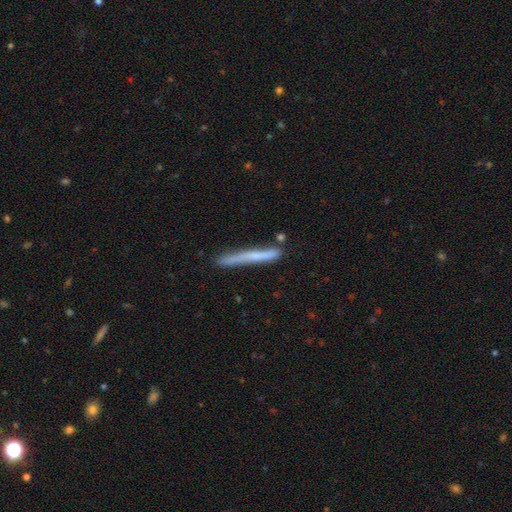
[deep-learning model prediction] Morphology: type=smooth (58%); roundness=cigar-shaped (97%); merging=none (78%).